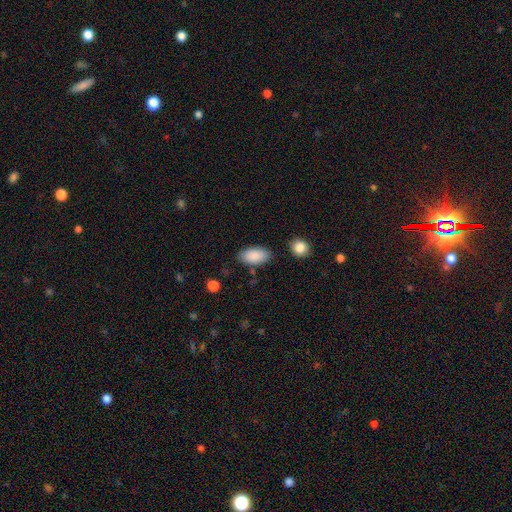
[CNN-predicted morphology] This appears to be a smooth galaxy with no disk features (89%) that is in between round and cigar-shaped (94%). Merging: none (83%).